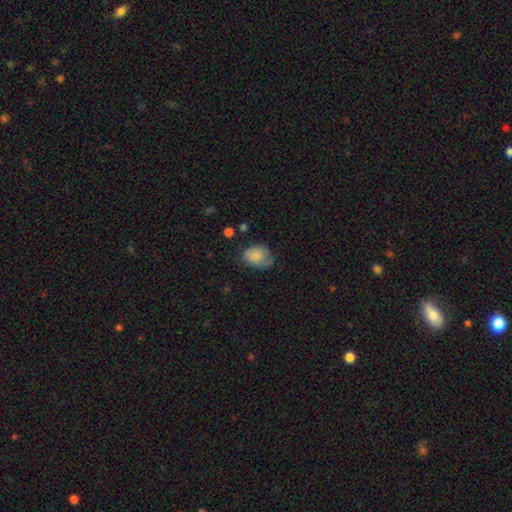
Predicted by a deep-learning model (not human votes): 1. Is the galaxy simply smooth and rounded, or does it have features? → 76% smooth, 16% featured or disk, 8% star or artifact.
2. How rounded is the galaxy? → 71% in between, 28% round, 1% cigar-shaped.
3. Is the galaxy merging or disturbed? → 47% none, 34% minor disturbance, 16% major disturbance, 2% merger.